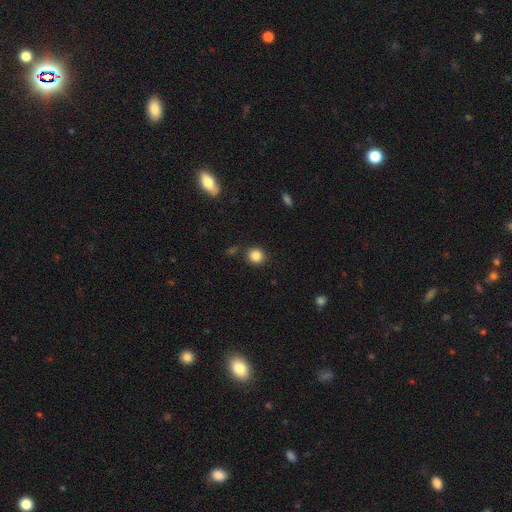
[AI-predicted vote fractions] Smooth or featured? Predicted: smooth (p=0.85). How rounded? Predicted: round (p=0.88). Merging? Predicted: none (p=0.86).